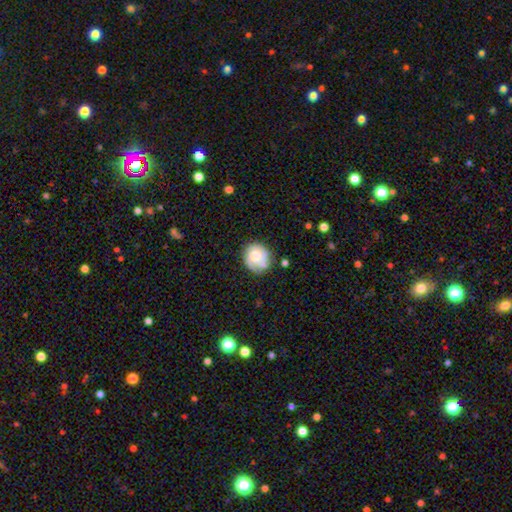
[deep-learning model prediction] Morphology: type=smooth (52%); roundness=round (76%); merging=none (63%).